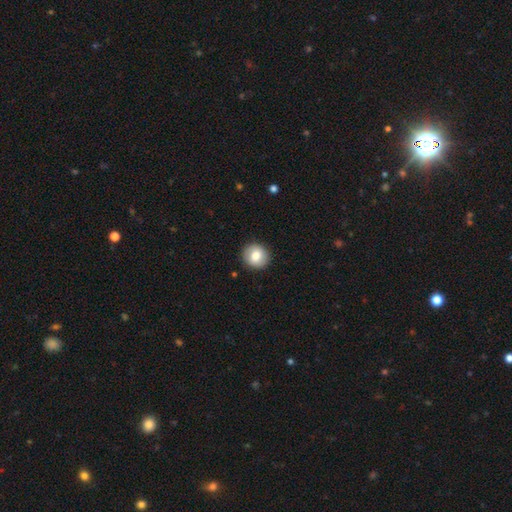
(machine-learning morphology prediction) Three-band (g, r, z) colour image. It shows a smooth galaxy with no disk features (78%) that is round (90%). Merging: none (91%).